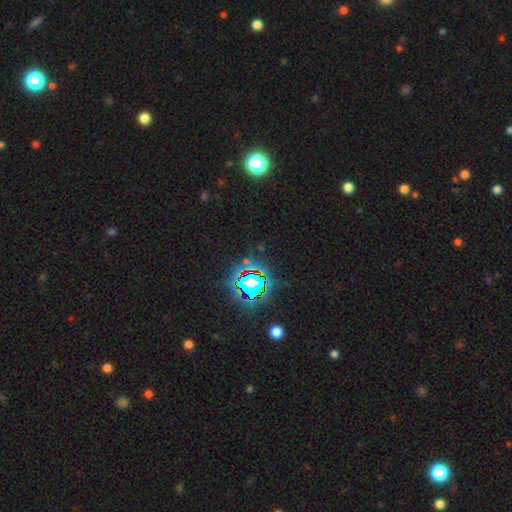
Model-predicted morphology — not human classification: A star or artifact, not a galaxy (81%).